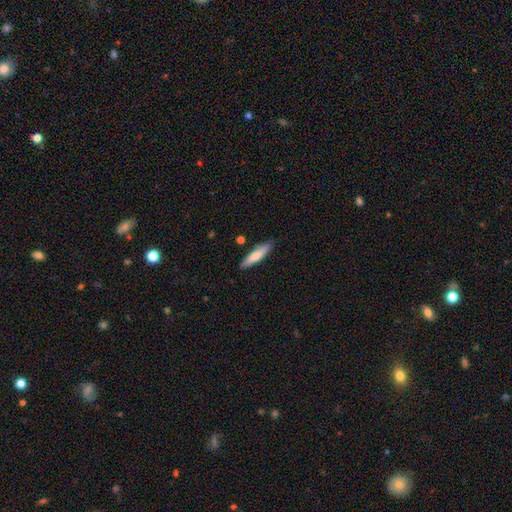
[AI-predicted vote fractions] Morphology: type=smooth (68%); roundness=cigar-shaped (82%); merging=none (85%).